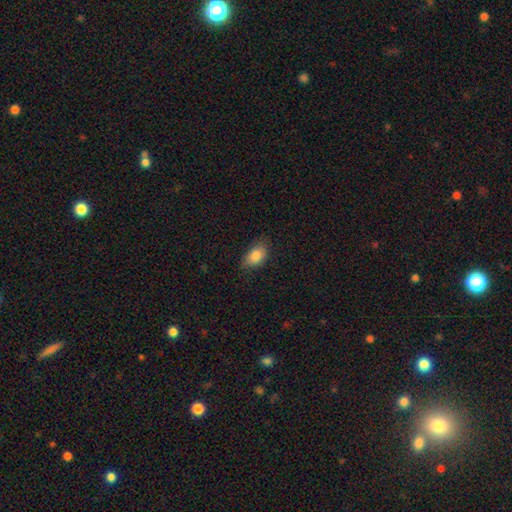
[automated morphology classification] Smooth or featured?
  - smooth: 84% *
  - featured or disk: 8%
  - star or artifact: 8%
How rounded?
  - in between: 87% *
  - round: 11%
  - cigar-shaped: 2%
Merging?
  - none: 76% *
  - minor disturbance: 19%
  - major disturbance: 4%
  - merger: 1%